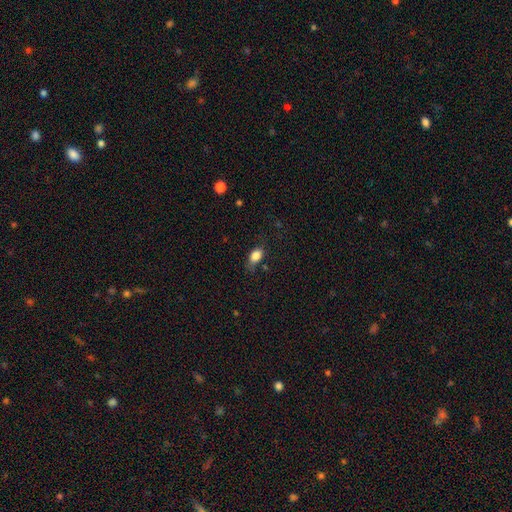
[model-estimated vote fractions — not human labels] smooth 84%, star or artifact 9%, featured or disk 7%. Down the decision tree: how rounded — in between (83%); merging — none (65%).